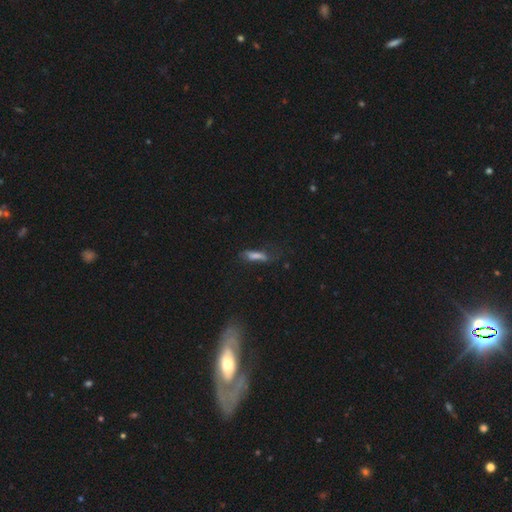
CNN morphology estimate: smooth-or-featured: smooth: 66% | featured or disk: 22% | star or artifact: 12%
  how-rounded: cigar-shaped: 60% | in between: 37% | round: 3%
  merging: none: 44% | minor disturbance: 27% | major disturbance: 25% | merger: 4%